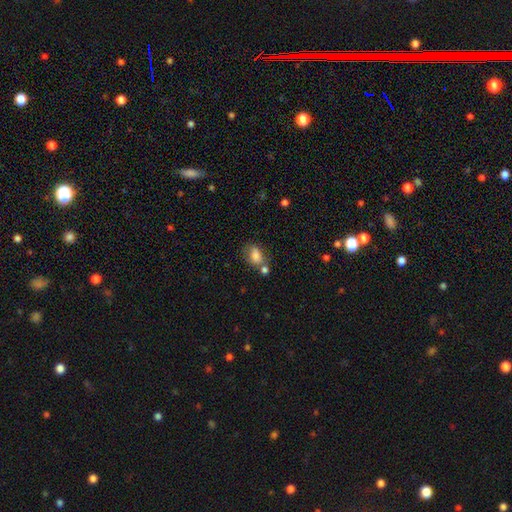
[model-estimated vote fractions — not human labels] smooth 79%, featured or disk 11%, star or artifact 10%. Down the decision tree: how rounded — in between (76%); merging — none (48%).